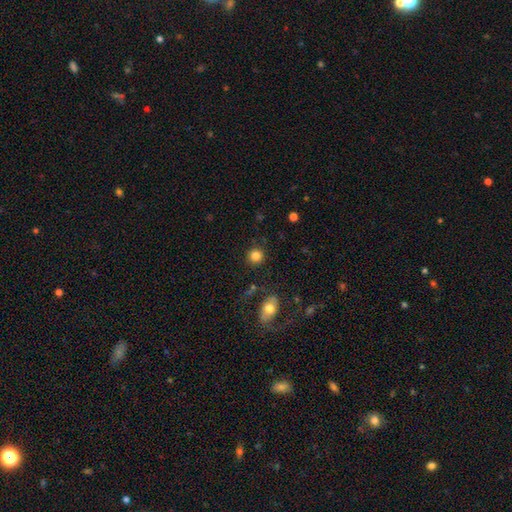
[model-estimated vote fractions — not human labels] A smooth galaxy with no disk features (83%) that is round (91%). Merging: none (88%).